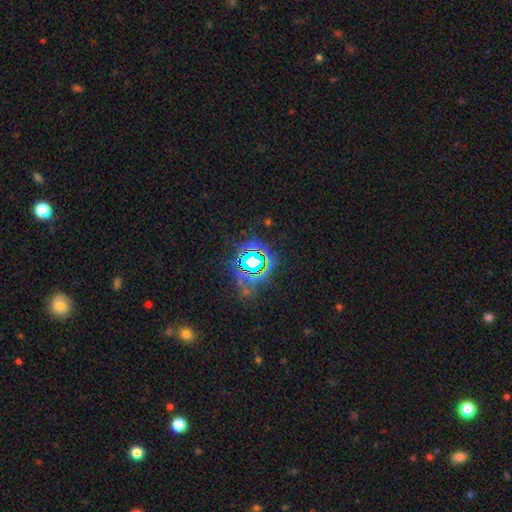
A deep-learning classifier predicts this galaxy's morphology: Smooth or featured? Predicted: star or artifact (p=0.75).